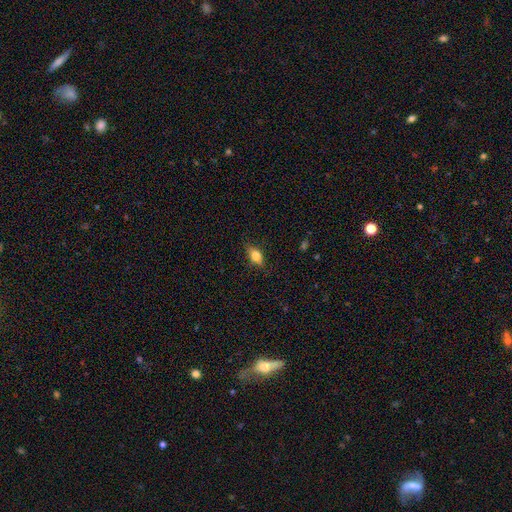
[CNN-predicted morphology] smooth 72%, featured or disk 19%, star or artifact 9%. Down the decision tree: how rounded — in between (80%); merging — none (80%).